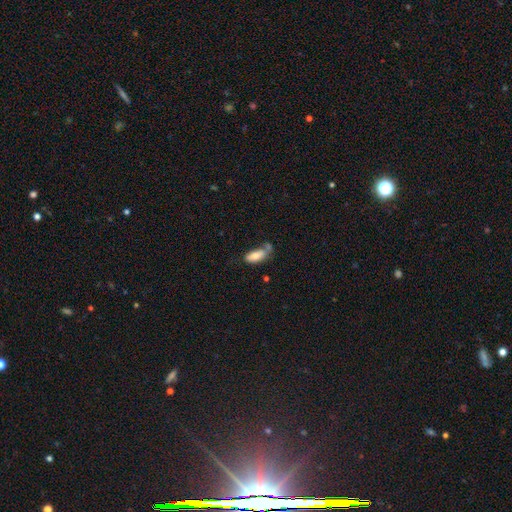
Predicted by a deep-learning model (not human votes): This is likely a smooth galaxy (77%). How rounded: clearly in between (81%). Merging: marginally none (41%).